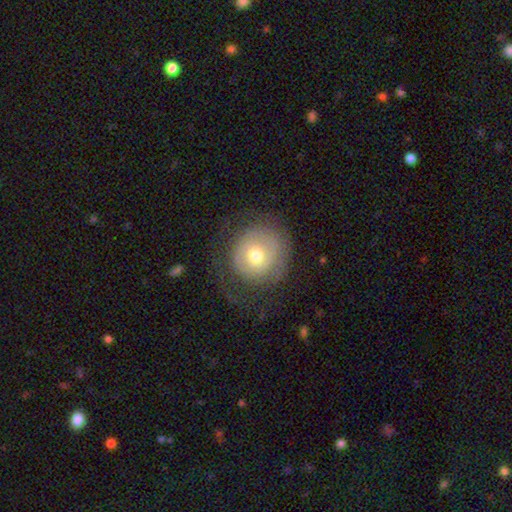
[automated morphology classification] smooth-or-featured: smooth: 47% | featured or disk: 45% | star or artifact: 8%
  merging: none: 64% | minor disturbance: 19% | major disturbance: 16% | merger: 1%